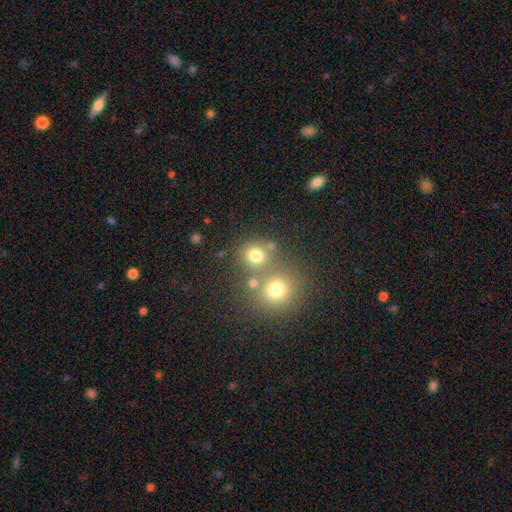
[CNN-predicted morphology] smooth_or_featured: smooth (p=0.73) [alt: star or artifact p=0.18]
how_rounded: round (p=0.84) [alt: in between p=0.15]
merging: none (p=0.59) [alt: merger p=0.29]